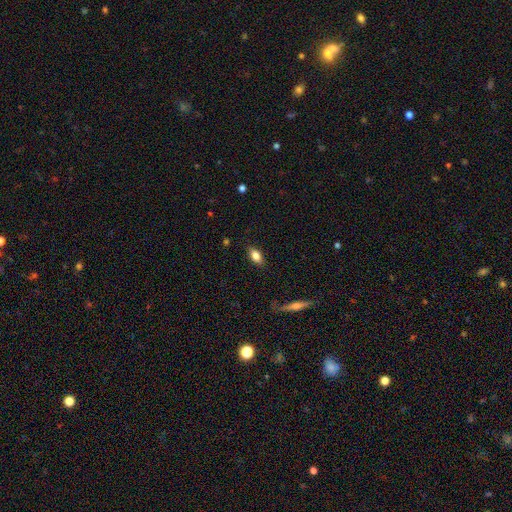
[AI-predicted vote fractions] Overall: smooth (81%). How rounded: in between (87%). Merging: none (85%).